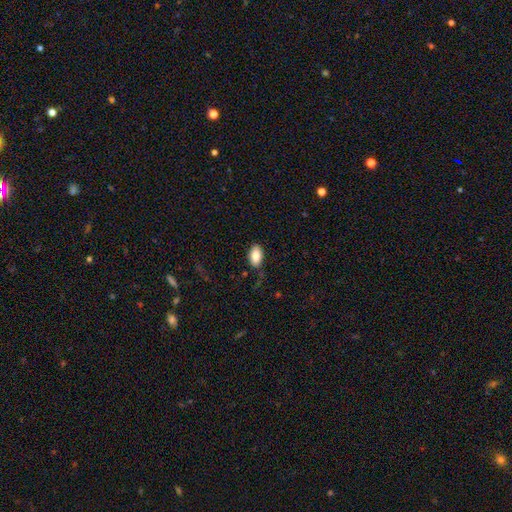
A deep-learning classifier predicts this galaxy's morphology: A smooth galaxy with no disk features (84%) that is in between round and cigar-shaped (93%). Merging: none (81%).